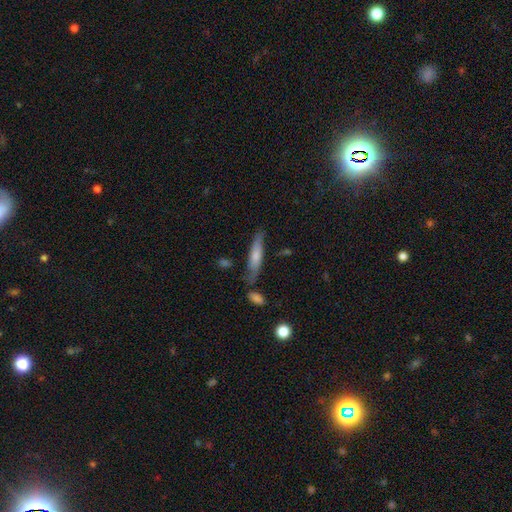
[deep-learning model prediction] Q: Smooth or featured?
A: smooth (49%); runner-up: featured or disk (44%)
Q: Merging?
A: none (70%); runner-up: minor disturbance (18%)